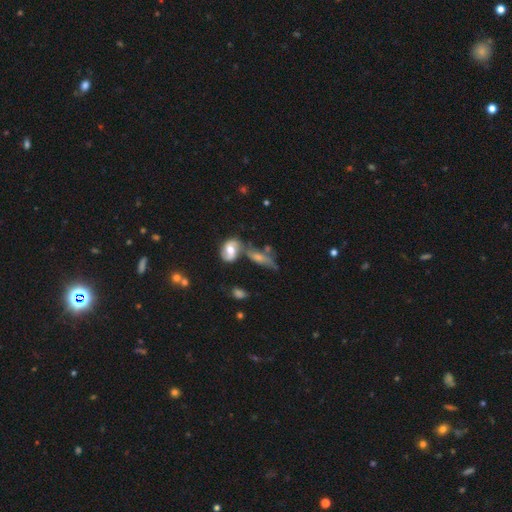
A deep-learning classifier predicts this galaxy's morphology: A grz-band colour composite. It shows a smooth galaxy with no disk features (48%). Merging: none (44%).